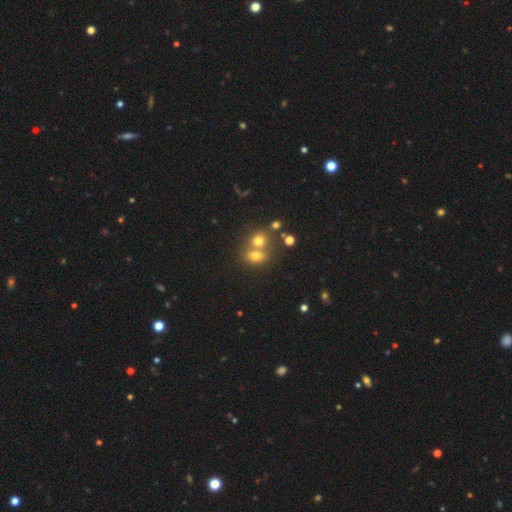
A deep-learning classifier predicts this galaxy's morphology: Overall: smooth (70%). How rounded: in between (51%; round 47%). Merging: merger (51%; none 37%).